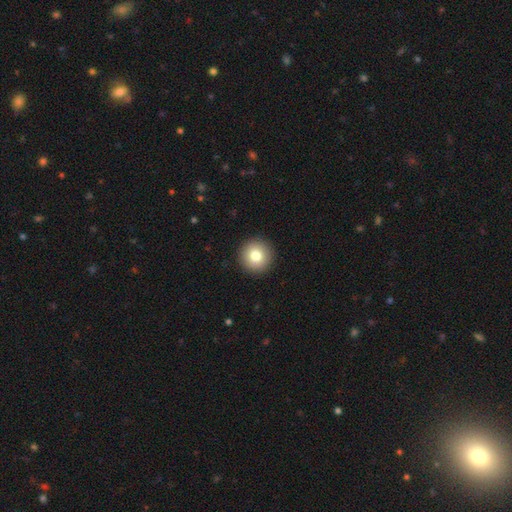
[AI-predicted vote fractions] smooth 81%, featured or disk 10%, star or artifact 9%. Down the decision tree: how rounded — round (95%); merging — none (93%).